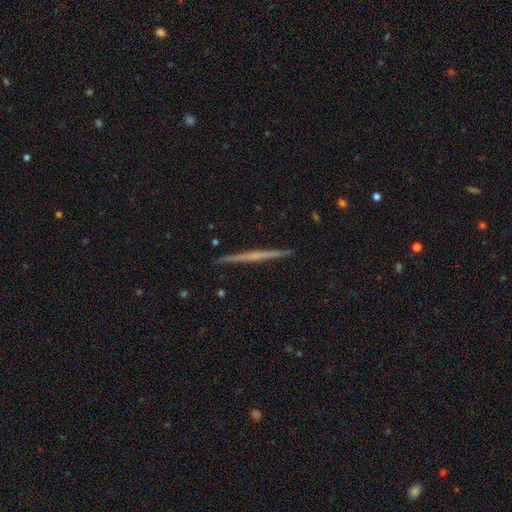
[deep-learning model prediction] Smooth or featured?
  - featured or disk: 70% *
  - smooth: 24%
  - star or artifact: 6%
Edge-on disk?
  - yes: 98% *
  - no: 2%
Edge-on bulge?
  - none: 68% *
  - rounded: 26%
  - boxy: 6%
Merging?
  - none: 93% *
  - minor disturbance: 5%
  - major disturbance: 1%
  - merger: 1%